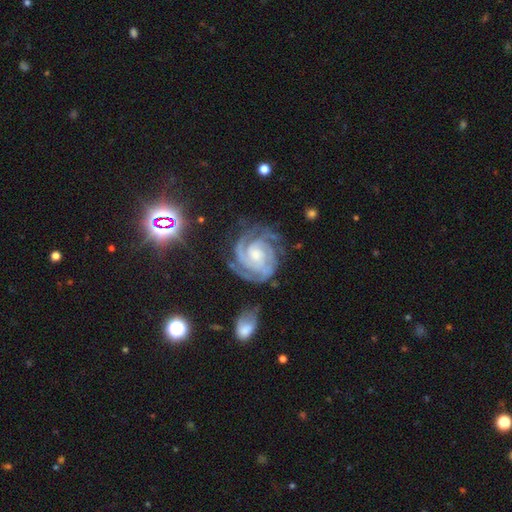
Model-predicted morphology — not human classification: Smooth or featured? Predicted: featured or disk (p=0.90). Edge-on disk? Predicted: no (p=0.98). Bar? Predicted: no (p=0.59). Spiral arms? Predicted: yes (p=0.98). Spiral winding? Predicted: tight (p=0.75). Spiral arm count? Predicted: 3 (p=0.35). Bulge size? Predicted: moderate (p=0.46). Merging? Predicted: none (p=0.69).